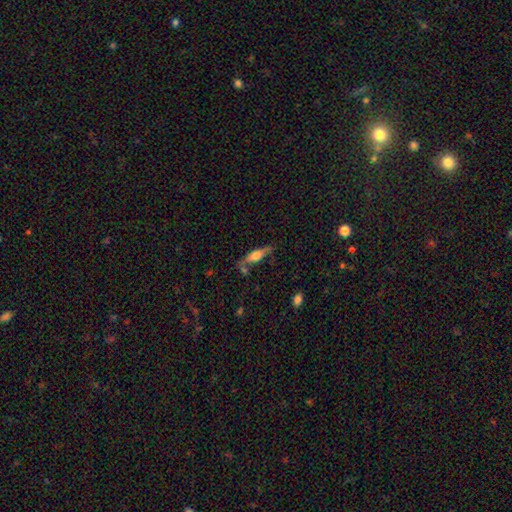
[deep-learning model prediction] Smooth or featured? smooth (49%)
Merging? none (64%)